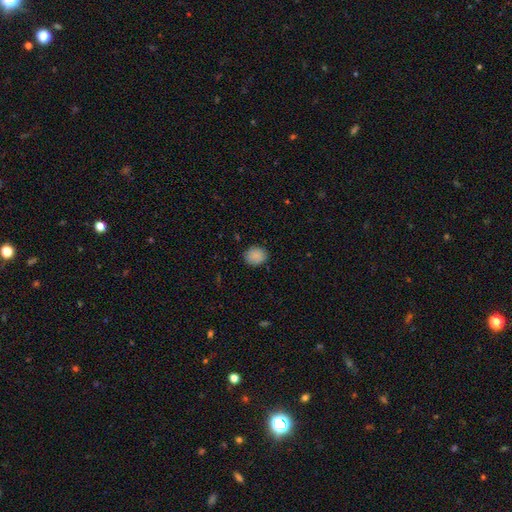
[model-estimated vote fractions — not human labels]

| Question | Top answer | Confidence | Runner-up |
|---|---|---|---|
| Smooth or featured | smooth | 88% | star or artifact (8%) |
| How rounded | round | 72% | in between (27%) |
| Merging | none | 87% | minor disturbance (10%) |